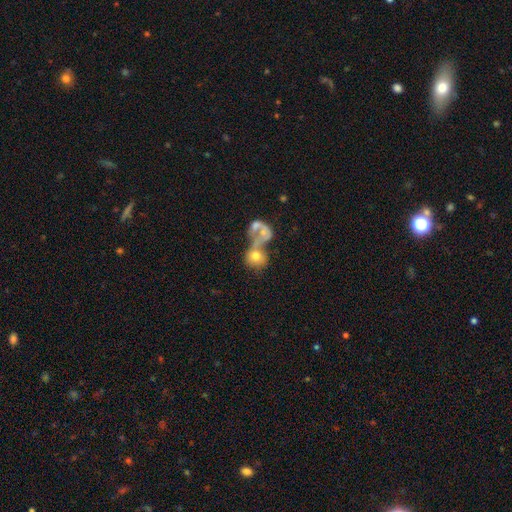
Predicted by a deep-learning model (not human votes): Overall: smooth (62%; featured or disk 27%). How rounded: round (71%). Merging: merger (65%).